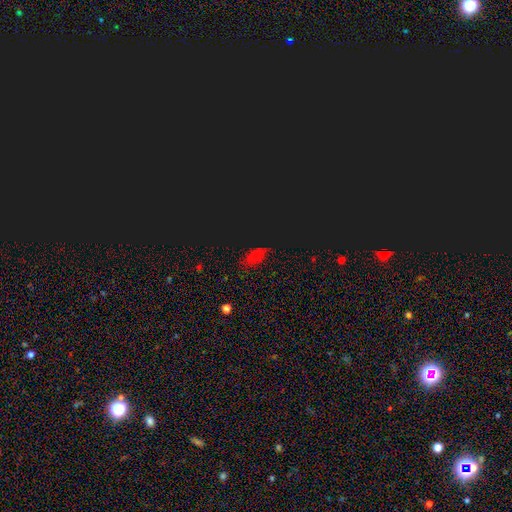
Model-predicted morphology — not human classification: A star or artifact, not a galaxy (47%).